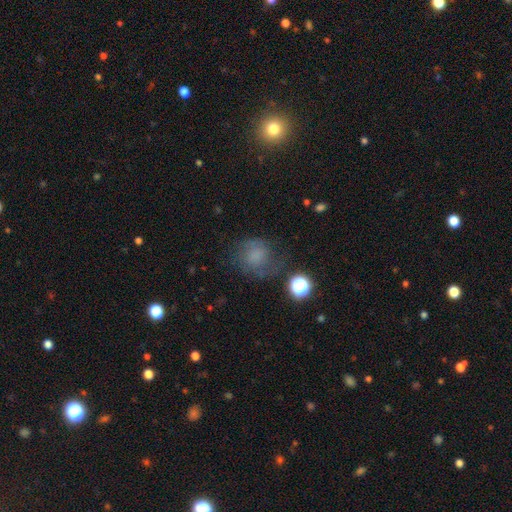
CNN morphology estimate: Smooth or featured? smooth (58%)
How rounded? round (81%)
Merging? none (63%)